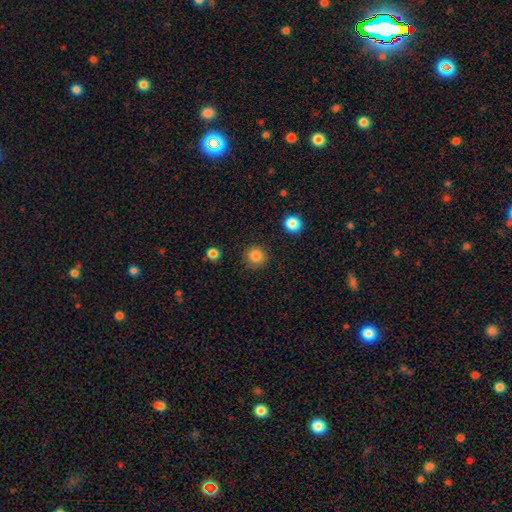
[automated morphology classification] Smooth or featured?
  - smooth: 84% *
  - star or artifact: 12%
  - featured or disk: 4%
How rounded?
  - round: 94% *
  - in between: 5%
  - cigar-shaped: 1%
Merging?
  - none: 90% *
  - minor disturbance: 6%
  - major disturbance: 2%
  - merger: 2%